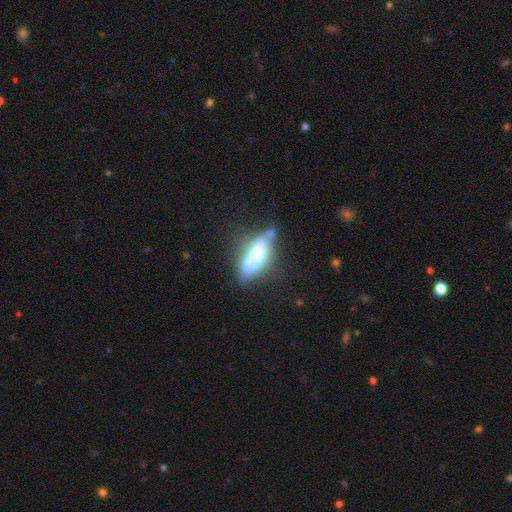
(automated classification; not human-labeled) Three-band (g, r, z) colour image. It shows a smooth galaxy with no disk features (50%). Merging: none (37%).